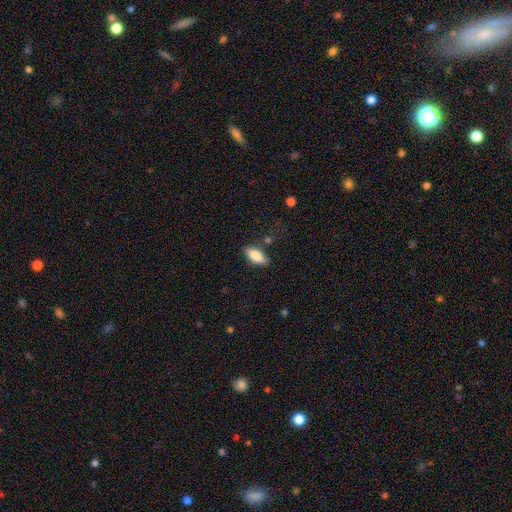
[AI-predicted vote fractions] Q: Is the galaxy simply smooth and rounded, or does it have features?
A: smooth — 84%.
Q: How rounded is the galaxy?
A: in between — 83%.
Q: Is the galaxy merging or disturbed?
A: none — 81%.